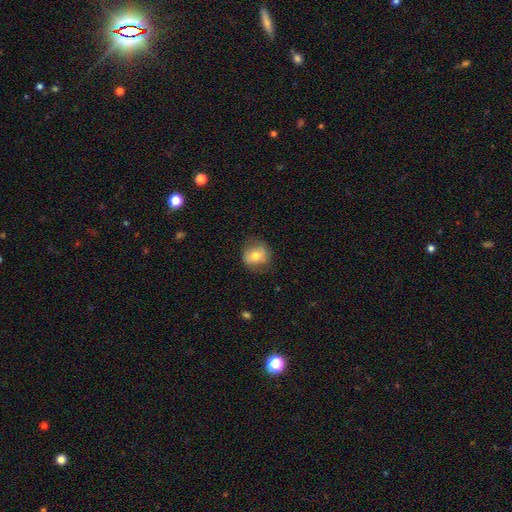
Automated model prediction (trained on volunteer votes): smooth-or-featured: smooth: 64% | featured or disk: 27% | star or artifact: 8%
  how-rounded: round: 74% | in between: 24% | cigar-shaped: 1%
  merging: none: 75% | minor disturbance: 18% | major disturbance: 6% | merger: 1%